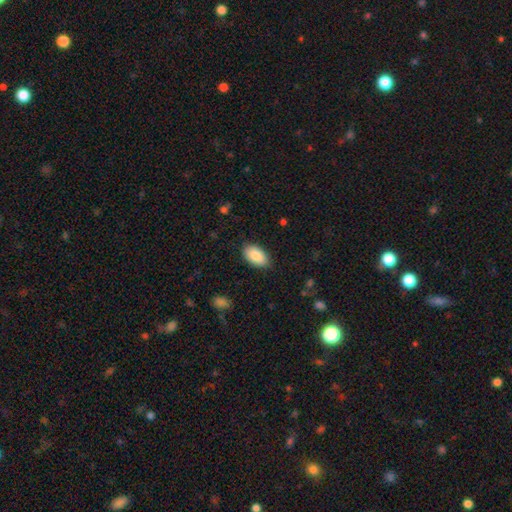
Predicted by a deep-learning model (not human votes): Smooth or featured: smooth — 87% (featured or disk — 7%)
How rounded: in between — 94% (round — 4%)
Merging: none — 85% (minor disturbance — 11%)